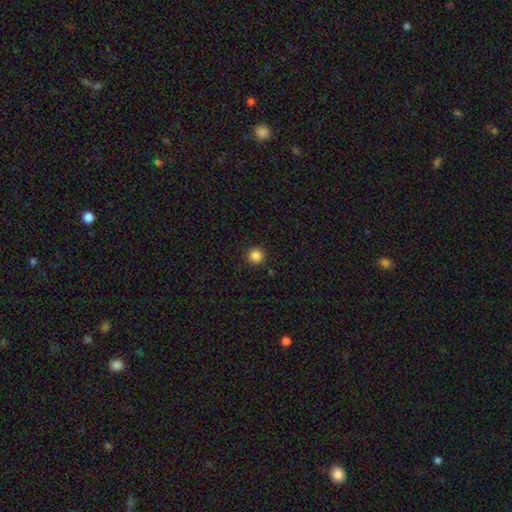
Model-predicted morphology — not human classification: Smooth or featured? Predicted: smooth (p=0.86). How rounded? Predicted: round (p=0.95). Merging? Predicted: none (p=0.92).